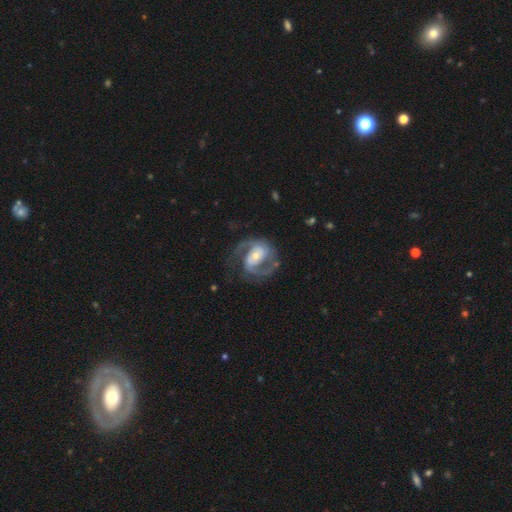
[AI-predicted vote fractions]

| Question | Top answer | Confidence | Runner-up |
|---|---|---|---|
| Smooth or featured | featured or disk | 88% | smooth (7%) |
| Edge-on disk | no | 98% | yes (2%) |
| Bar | weak | 38% | no (34%) |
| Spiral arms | yes | 95% | no (5%) |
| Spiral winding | medium | 57% | tight (25%) |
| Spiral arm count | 2 | 86% | can't tell (5%) |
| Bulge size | small | 47% | moderate (45%) |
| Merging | none | 68% | minor disturbance (16%) |